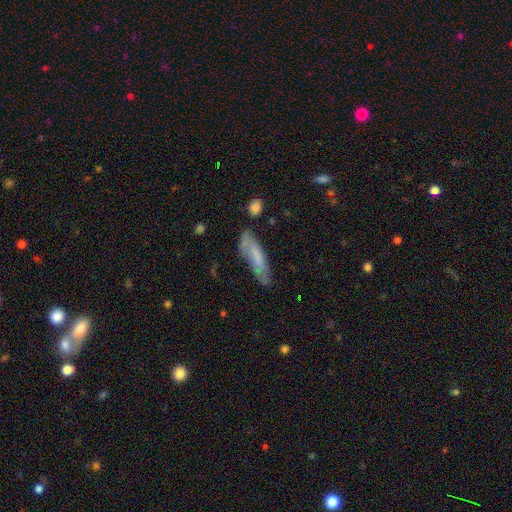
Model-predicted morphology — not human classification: Smooth or featured? Predicted: smooth (p=0.60). How rounded? Predicted: cigar-shaped (p=0.68). Merging? Predicted: none (p=0.61).